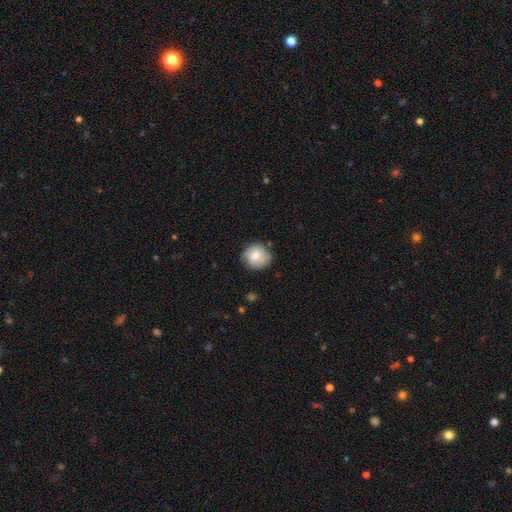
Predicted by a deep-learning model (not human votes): smooth_or_featured: smooth (p=0.72) [alt: featured or disk p=0.20]
how_rounded: round (p=0.84) [alt: in between p=0.15]
merging: none (p=0.72) [alt: minor disturbance p=0.21]